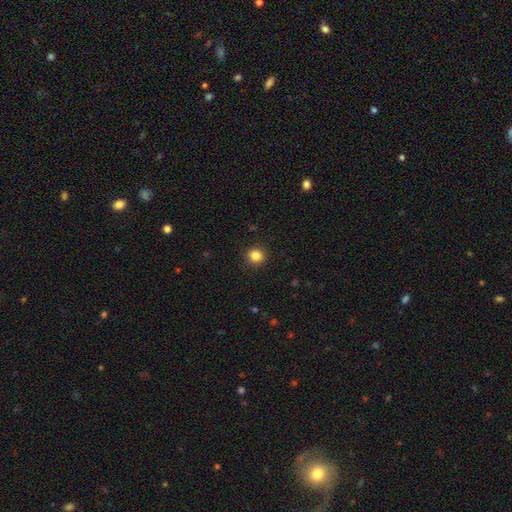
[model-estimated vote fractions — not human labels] smooth-or-featured: smooth: 85% | star or artifact: 11% | featured or disk: 4%
  how-rounded: round: 90% | in between: 9% | cigar-shaped: 1%
  merging: none: 91% | minor disturbance: 6% | major disturbance: 2% | merger: 1%